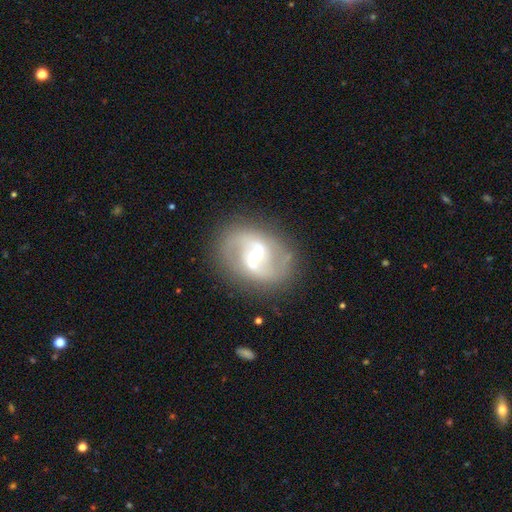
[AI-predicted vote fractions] smooth_or_featured: featured or disk (p=0.86) [alt: smooth p=0.08]
disk_edge_on: no (p=0.97) [alt: yes p=0.03]
bar: weak (p=0.45) [alt: strong p=0.34]
has_spiral_arms: yes (p=0.91) [alt: no p=0.09]
spiral_winding: medium (p=0.45) [alt: loose p=0.43]
spiral_arm_count: 2 (p=0.90) [alt: can't tell p=0.04]
bulge_size: moderate (p=0.53) [alt: small p=0.41]
merging: none (p=0.79) [alt: minor disturbance p=0.12]